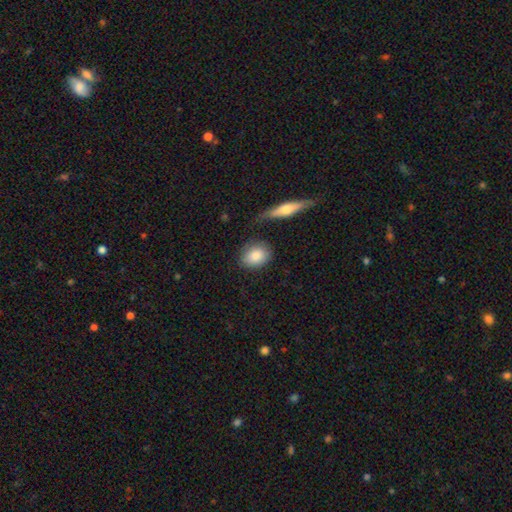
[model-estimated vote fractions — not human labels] This appears to be a smooth galaxy with no disk features (85%) that is in between round and cigar-shaped (50%). Merging: none (75%).